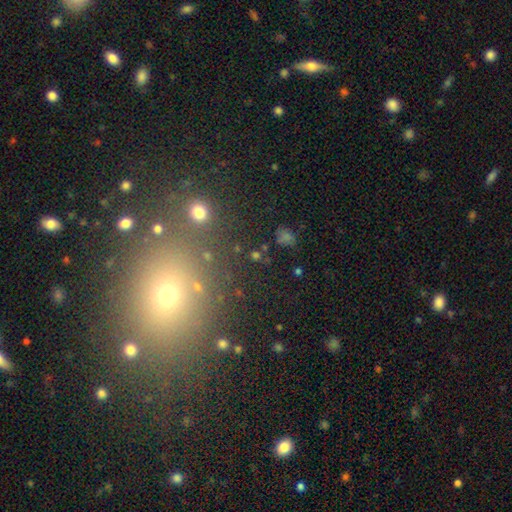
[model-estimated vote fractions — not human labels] Overall: smooth (53%; star or artifact 35%). How rounded: round (71%). Merging: none (81%).